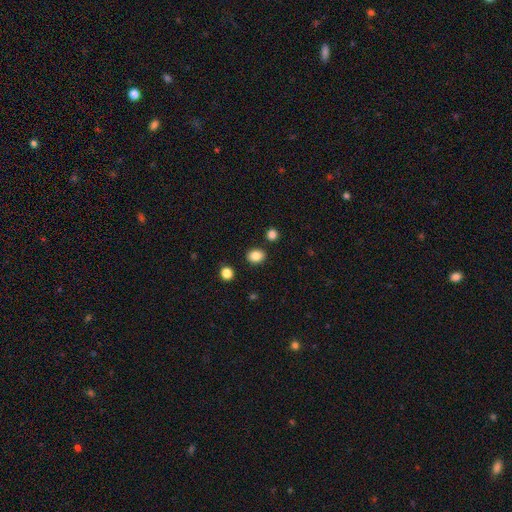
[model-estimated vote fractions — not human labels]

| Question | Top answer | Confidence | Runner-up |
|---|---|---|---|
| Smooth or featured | smooth | 85% | star or artifact (10%) |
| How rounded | round | 52% | in between (47%) |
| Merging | none | 87% | minor disturbance (7%) |